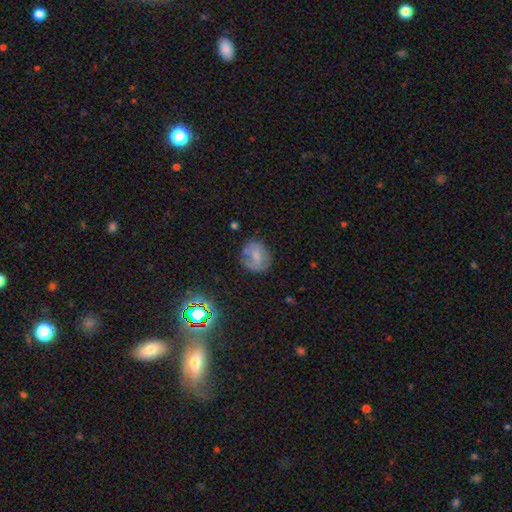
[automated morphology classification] A smooth galaxy with no disk features (55%) that is round (67%). Merging: none (62%).